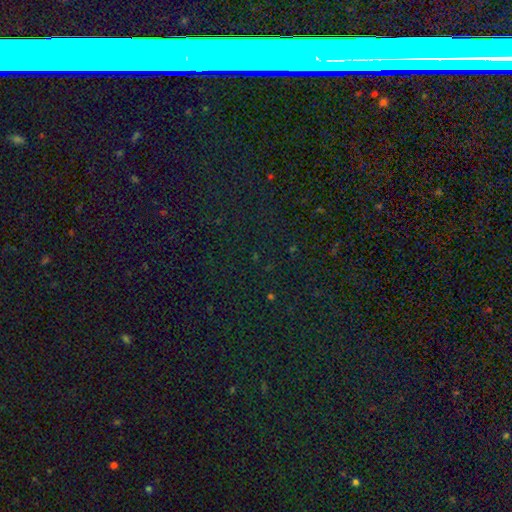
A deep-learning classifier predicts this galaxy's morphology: type=star or artifact (74%).